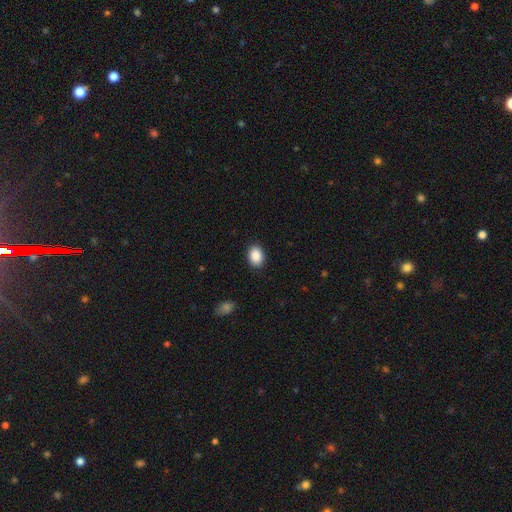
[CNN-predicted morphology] The model was most divided on "how rounded": in between: 73%, round: 26%, cigar-shaped: 1%. More confident: smooth or featured — smooth (89%); merging — none (89%).